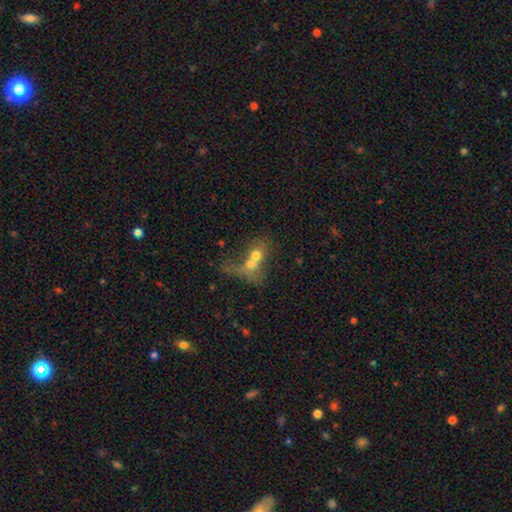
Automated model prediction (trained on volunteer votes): A smooth galaxy with no disk features (58%) that is round (53%).

Vote fractions:
- Smooth or featured? smooth: 58% / featured or disk: 30% / star or artifact: 12%
- How rounded? round: 53% / in between: 43% / cigar-shaped: 3%
- Merging? merger: 78% / none: 10% / major disturbance: 8% / minor disturbance: 4%